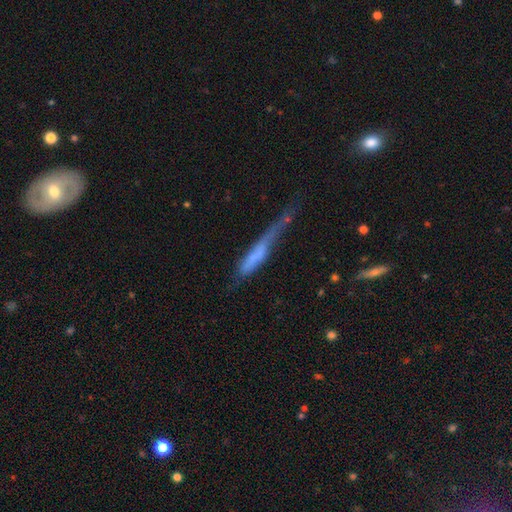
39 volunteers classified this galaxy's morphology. This appears to be a smooth galaxy with no disk features (56%) that is cigar-shaped (91%). Merging: major disturbance (49%).